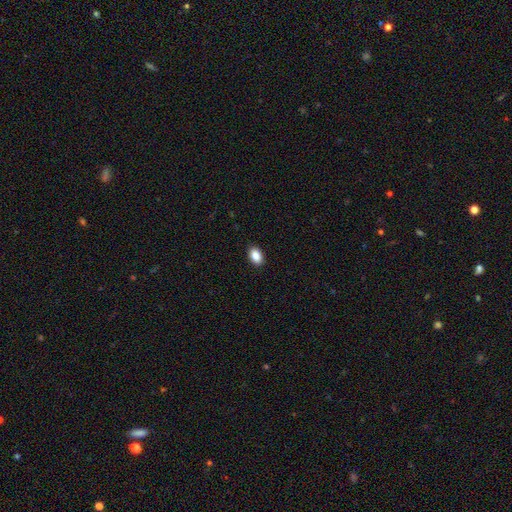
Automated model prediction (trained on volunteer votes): smooth-or-featured: smooth: 88% | star or artifact: 8% | featured or disk: 4%
  how-rounded: in between: 88% | round: 10% | cigar-shaped: 1%
  merging: none: 90% | minor disturbance: 7% | major disturbance: 2% | merger: 1%